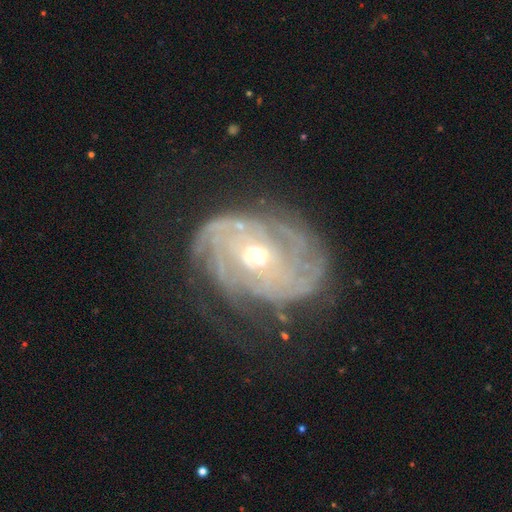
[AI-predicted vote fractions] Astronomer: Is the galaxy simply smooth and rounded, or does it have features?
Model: featured or disk — 87%.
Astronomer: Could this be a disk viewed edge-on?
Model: no — 97%.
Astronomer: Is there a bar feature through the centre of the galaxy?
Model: no — 61%.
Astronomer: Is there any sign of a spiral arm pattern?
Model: yes — 94%.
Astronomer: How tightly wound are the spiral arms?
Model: tight — 64%.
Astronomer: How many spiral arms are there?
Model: can't tell — 34% (runner-up: 2, 20%).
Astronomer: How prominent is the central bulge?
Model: small — 51% (runner-up: moderate, 44%).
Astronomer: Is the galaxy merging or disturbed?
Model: none — 59%.